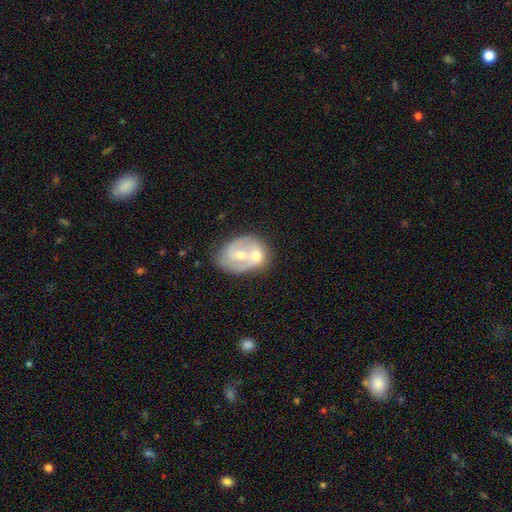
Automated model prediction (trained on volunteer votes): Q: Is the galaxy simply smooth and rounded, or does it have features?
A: featured or disk — 59%.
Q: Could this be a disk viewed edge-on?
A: no — 97%.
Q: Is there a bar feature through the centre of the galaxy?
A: no — 63%.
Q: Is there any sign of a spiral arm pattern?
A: yes — 58%.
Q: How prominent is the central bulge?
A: moderate — 60%.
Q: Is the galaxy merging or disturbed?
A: merger — 63%.